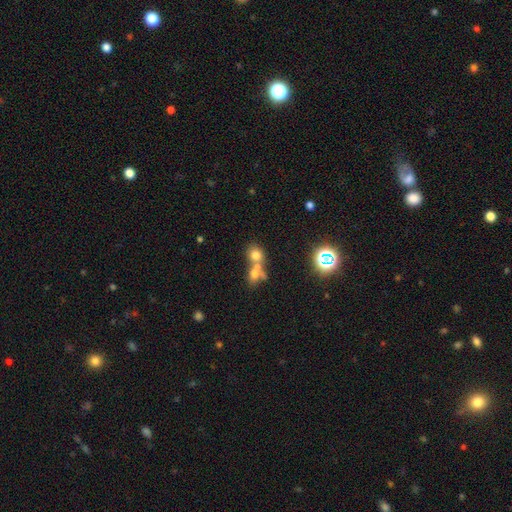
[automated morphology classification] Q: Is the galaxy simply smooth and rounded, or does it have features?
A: smooth — 55%.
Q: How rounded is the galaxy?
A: round — 71%.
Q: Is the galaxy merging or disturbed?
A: merger — 58%.